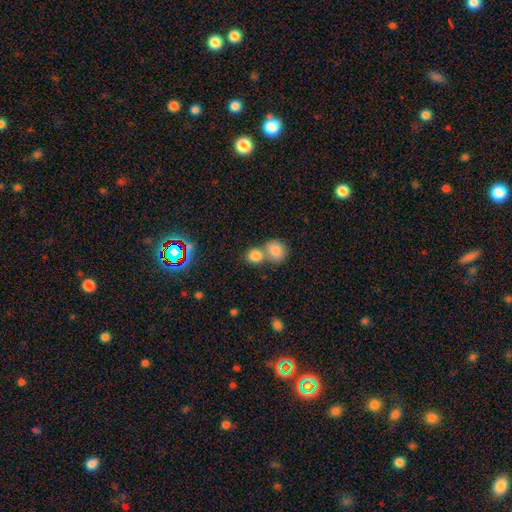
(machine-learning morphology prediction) smooth-or-featured: smooth: 81% | star or artifact: 11% | featured or disk: 7%
  how-rounded: round: 73% | in between: 26% | cigar-shaped: 1%
  merging: merger: 55% | none: 36% | minor disturbance: 6% | major disturbance: 2%